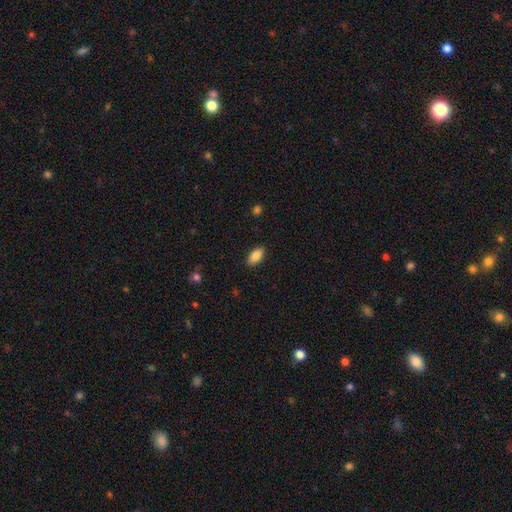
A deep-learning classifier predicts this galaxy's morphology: smooth 86%, star or artifact 7%, featured or disk 7%. Down the decision tree: how rounded — in between (91%); merging — none (88%).